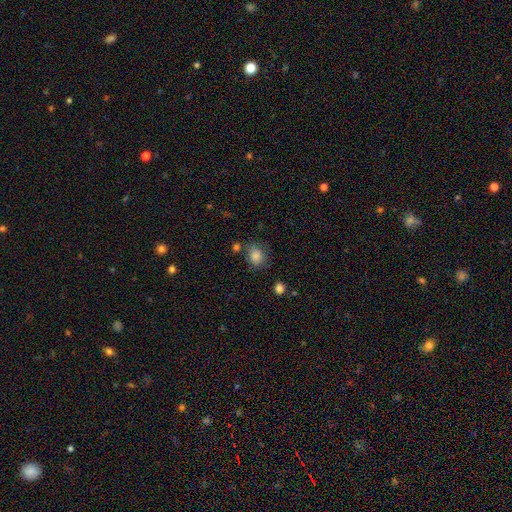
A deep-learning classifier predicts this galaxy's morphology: A smooth galaxy with no disk features (82%) that is round (60%). Merging: none (65%).